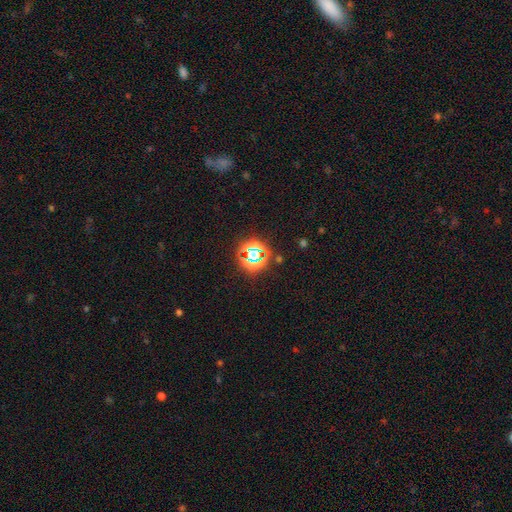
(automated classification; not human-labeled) The model was most divided on "smooth or featured": star or artifact: 68%, smooth: 23%, featured or disk: 9%.